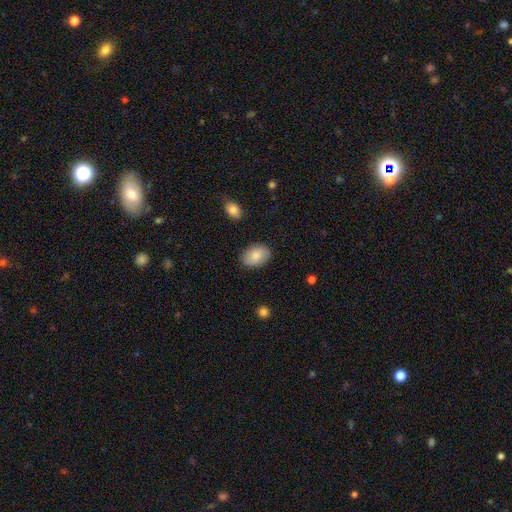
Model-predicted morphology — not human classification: Overall: smooth (83%). How rounded: in between (84%). Merging: none (86%).